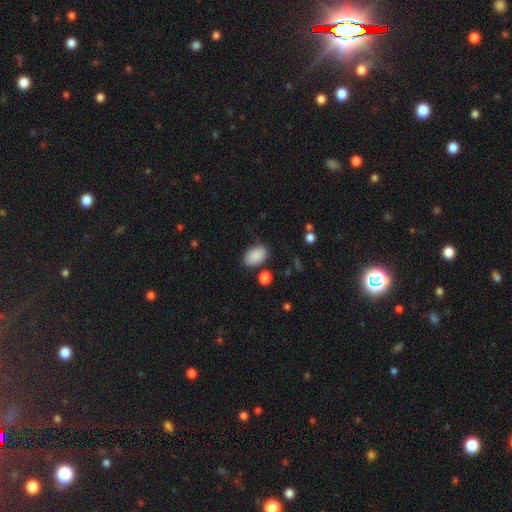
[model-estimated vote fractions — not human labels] smooth_or_featured: smooth (p=0.89) [alt: star or artifact p=0.07]
how_rounded: in between (p=0.91) [alt: round p=0.08]
merging: none (p=0.77) [alt: minor disturbance p=0.14]